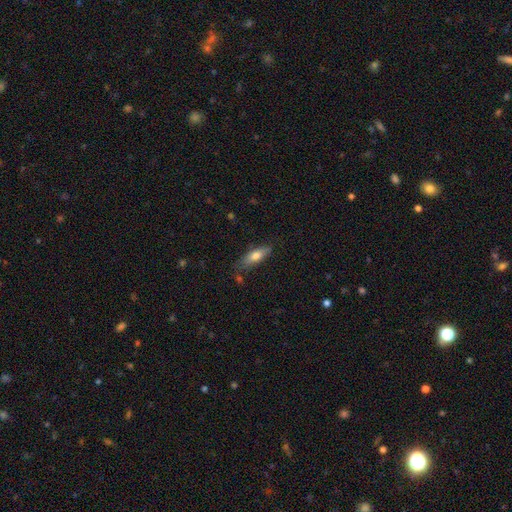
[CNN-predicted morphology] This appears to be a smooth galaxy with no disk features (71%) that is in between round and cigar-shaped (58%). Merging: none (74%).